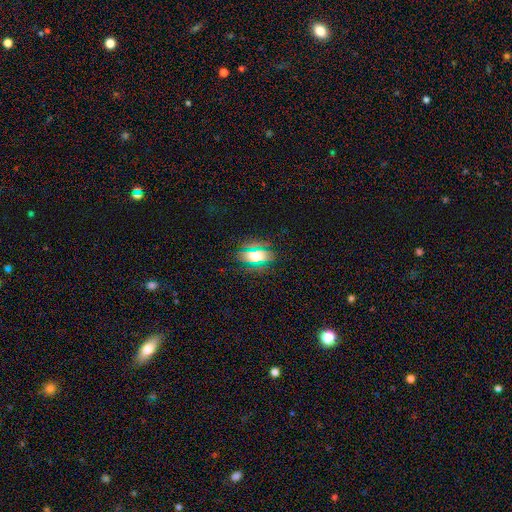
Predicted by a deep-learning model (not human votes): smooth 55%, featured or disk 23%, star or artifact 21%. Down the decision tree: how rounded — in between (80%); merging — none (78%).